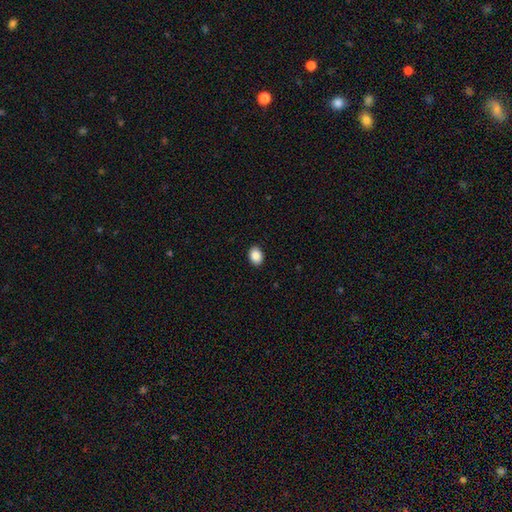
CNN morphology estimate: Smooth or featured: smooth — 88% (star or artifact — 8%)
How rounded: in between — 71% (round — 28%)
Merging: none — 91% (minor disturbance — 7%)